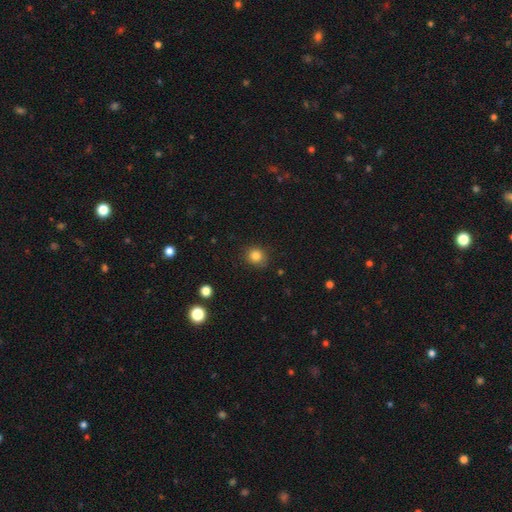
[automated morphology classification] smooth-or-featured: smooth: 83% | star or artifact: 12% | featured or disk: 5%
  how-rounded: round: 84% | in between: 15% | cigar-shaped: 1%
  merging: none: 85% | minor disturbance: 11% | major disturbance: 3% | merger: 1%